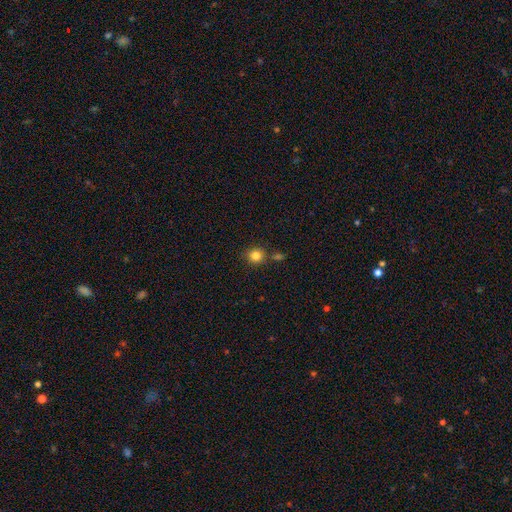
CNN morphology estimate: A smooth galaxy with no disk features (83%) that is round (87%). Merging: none (78%).